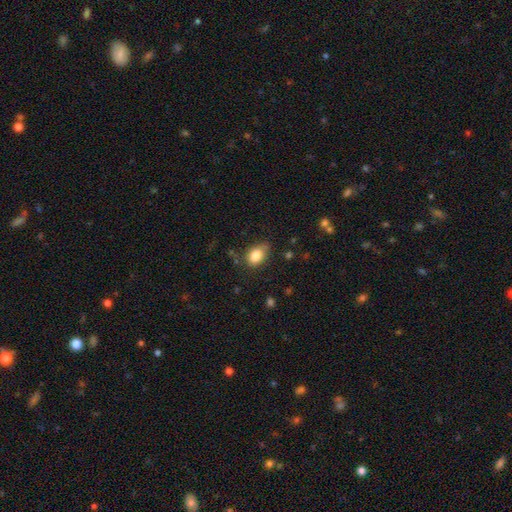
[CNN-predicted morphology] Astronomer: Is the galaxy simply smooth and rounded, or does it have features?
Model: smooth — 83%.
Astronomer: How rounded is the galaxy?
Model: in between — 76%.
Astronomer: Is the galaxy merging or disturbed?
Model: none — 67%.